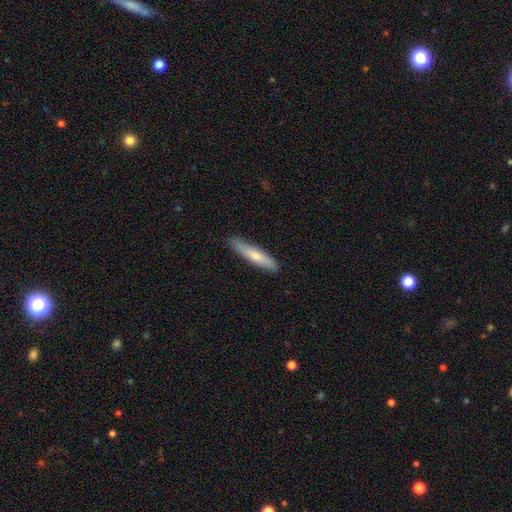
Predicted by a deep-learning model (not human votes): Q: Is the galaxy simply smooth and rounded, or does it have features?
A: smooth — 69%.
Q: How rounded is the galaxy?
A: cigar-shaped — 87%.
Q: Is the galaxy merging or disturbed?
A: none — 86%.